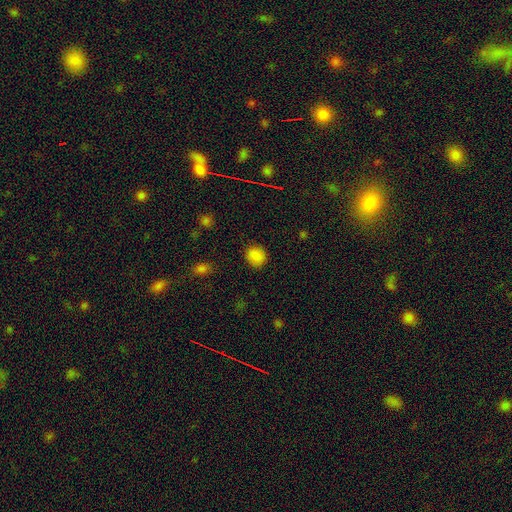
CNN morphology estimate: smooth 86%, star or artifact 10%, featured or disk 4%. Down the decision tree: how rounded — round (79%); merging — none (89%).